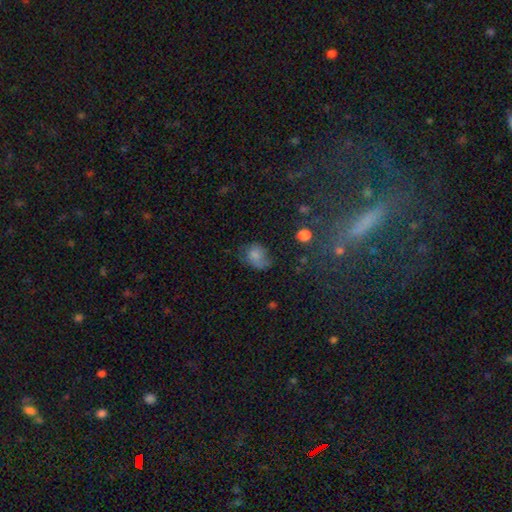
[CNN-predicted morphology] The model was most divided on "merging": none: 43%, minor disturbance: 33%, major disturbance: 21%, merger: 4%. More confident: smooth or featured — smooth (72%); how rounded — in between (57%).